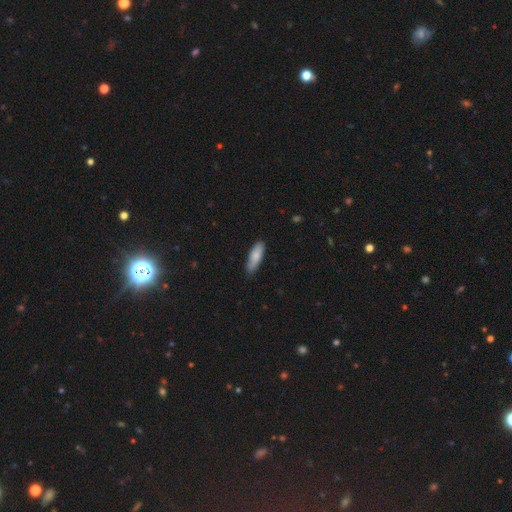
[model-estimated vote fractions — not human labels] Overall: smooth (80%). How rounded: in between (50%; cigar-shaped 48%). Merging: none (81%).